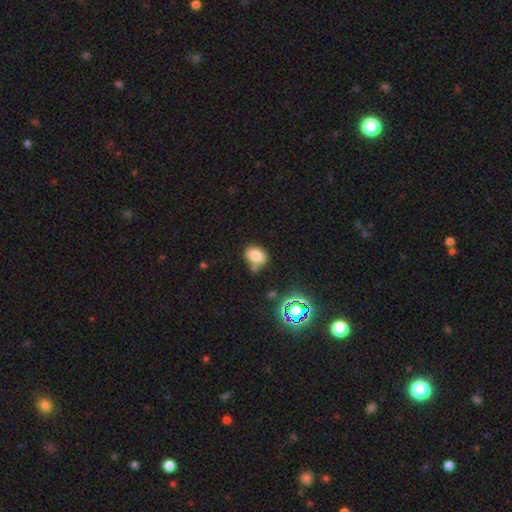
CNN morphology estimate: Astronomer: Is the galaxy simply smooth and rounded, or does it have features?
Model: smooth — 80%.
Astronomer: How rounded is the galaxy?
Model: in between — 65%.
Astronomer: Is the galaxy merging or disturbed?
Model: none — 57%.